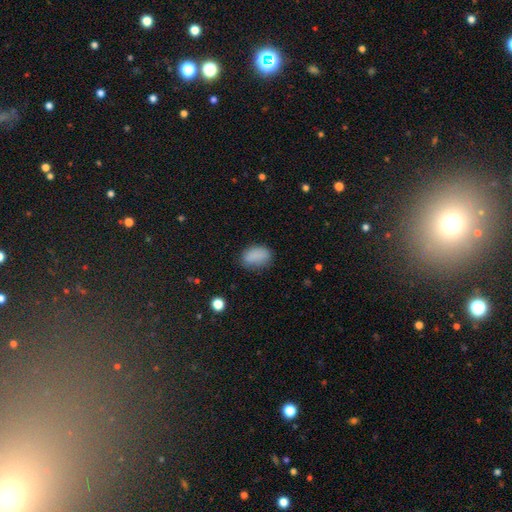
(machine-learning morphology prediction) Smooth or featured: smooth — 84% (star or artifact — 9%)
How rounded: in between — 84% (round — 14%)
Merging: none — 70% (minor disturbance — 22%)